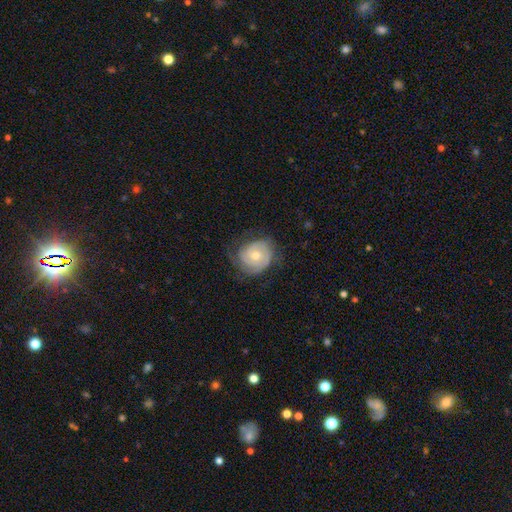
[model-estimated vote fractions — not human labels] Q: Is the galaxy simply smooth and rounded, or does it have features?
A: featured or disk — 64%.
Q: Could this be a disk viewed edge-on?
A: no — 97%.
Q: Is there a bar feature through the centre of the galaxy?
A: no — 78%.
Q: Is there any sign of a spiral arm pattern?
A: yes — 86%.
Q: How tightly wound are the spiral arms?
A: tight — 63%.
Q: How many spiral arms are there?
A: can't tell — 36%.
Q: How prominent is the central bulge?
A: moderate — 59%.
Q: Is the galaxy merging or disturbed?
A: none — 63%.